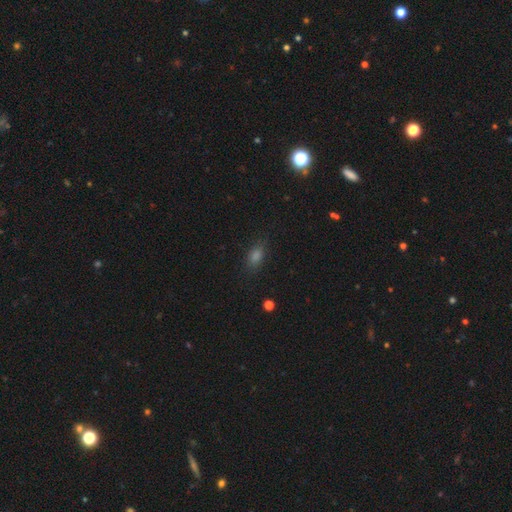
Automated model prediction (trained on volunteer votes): The model was most divided on "smooth or featured": smooth: 71%, star or artifact: 21%, featured or disk: 8%. More confident: merging — none (83%); how rounded — in between (77%).